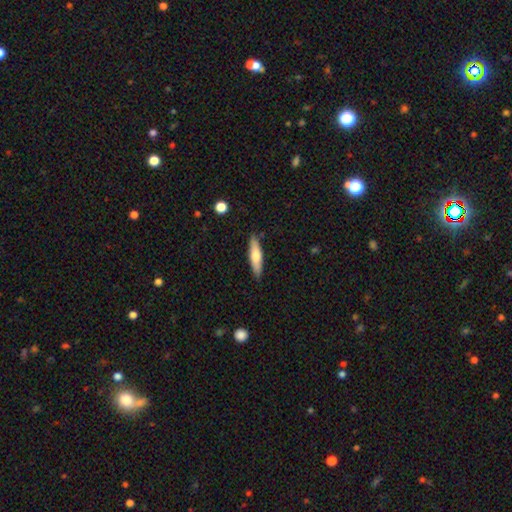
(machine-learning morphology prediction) The model was most divided on "smooth or featured": smooth: 64%, featured or disk: 30%, star or artifact: 6%. More confident: merging — none (87%); how rounded — cigar-shaped (72%).